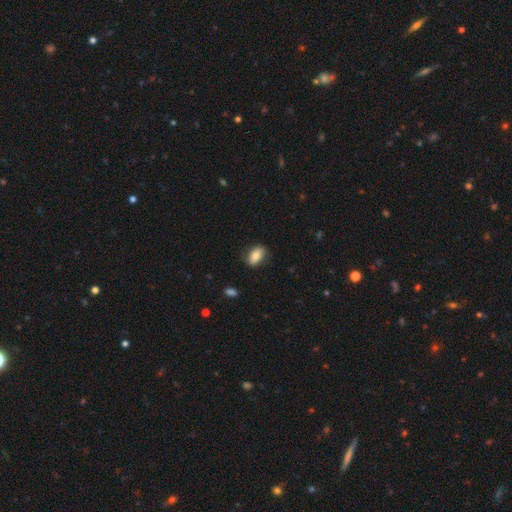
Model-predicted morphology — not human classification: A smooth galaxy with no disk features (79%) that is in between round and cigar-shaped (89%). Merging: none (80%).